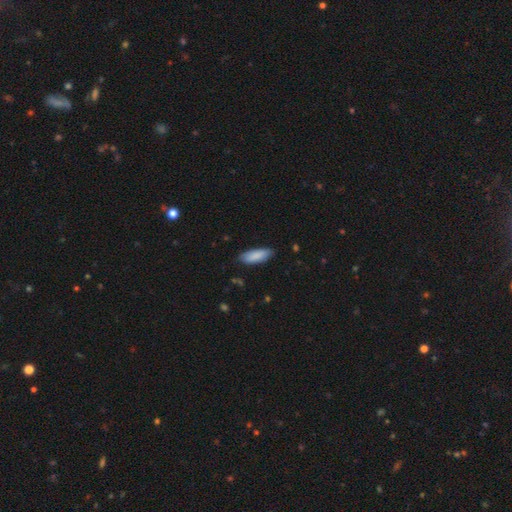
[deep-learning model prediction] Smooth or featured? Predicted: smooth (p=0.88). How rounded? Predicted: in between (p=0.61). Merging? Predicted: none (p=0.83).